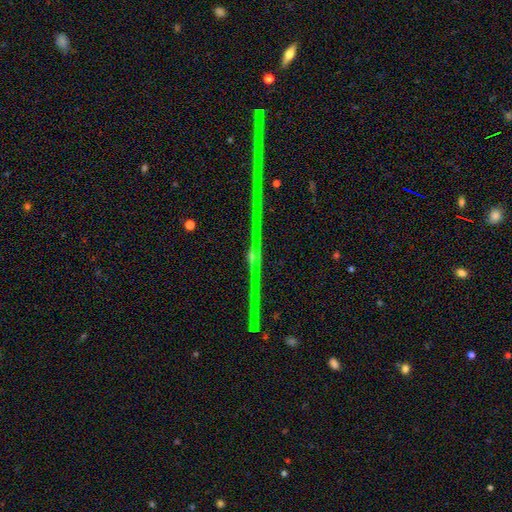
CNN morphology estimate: type=star or artifact (53%).